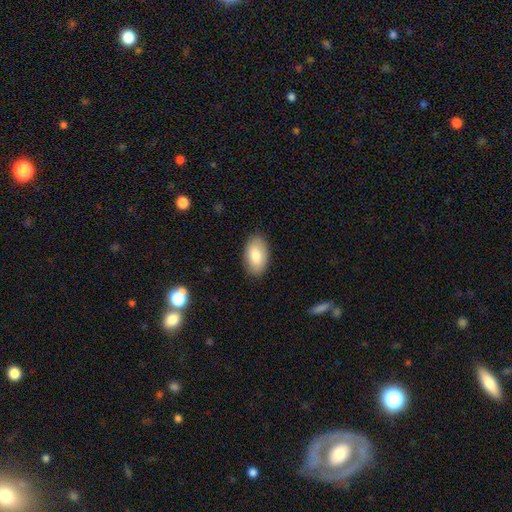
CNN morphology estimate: Overall: smooth (82%). How rounded: in between (94%). Merging: none (88%).